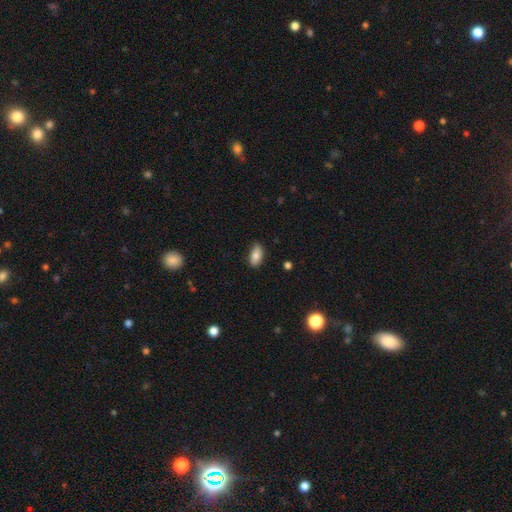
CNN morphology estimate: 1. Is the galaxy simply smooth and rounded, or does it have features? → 80% smooth, 12% featured or disk, 7% star or artifact.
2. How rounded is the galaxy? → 91% in between, 5% cigar-shaped, 4% round.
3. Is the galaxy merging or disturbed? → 80% none, 17% minor disturbance, 2% major disturbance, 1% merger.